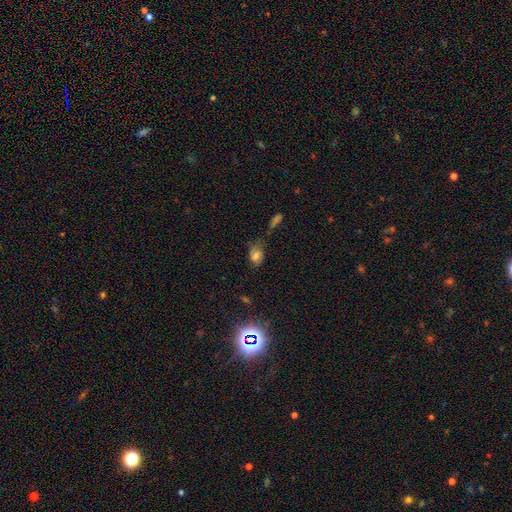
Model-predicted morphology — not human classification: smooth-or-featured: smooth: 60% | featured or disk: 24% | star or artifact: 16%
  how-rounded: in between: 71% | round: 26% | cigar-shaped: 2%
  merging: none: 49% | minor disturbance: 30% | major disturbance: 15% | merger: 6%